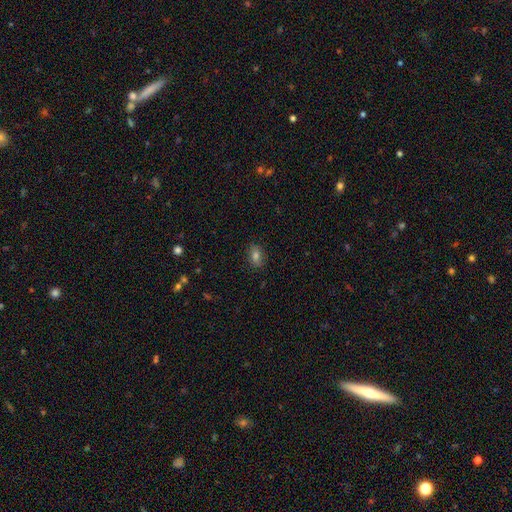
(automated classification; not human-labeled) Overall: smooth (76%). How rounded: in between (81%). Merging: none (86%).